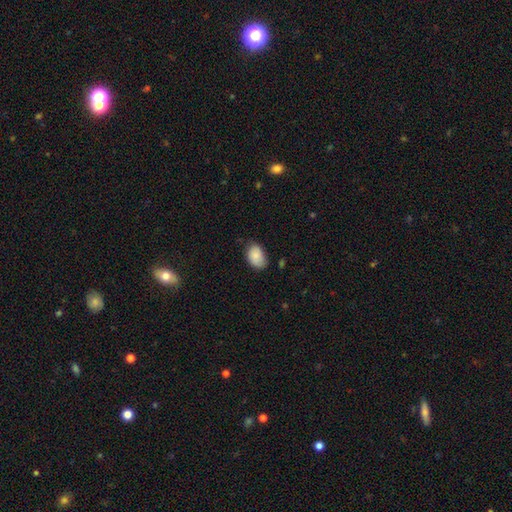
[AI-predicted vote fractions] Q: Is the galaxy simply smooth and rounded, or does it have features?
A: smooth — 86%.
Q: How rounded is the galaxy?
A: in between — 89%.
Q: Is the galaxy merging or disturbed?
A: none — 67%.